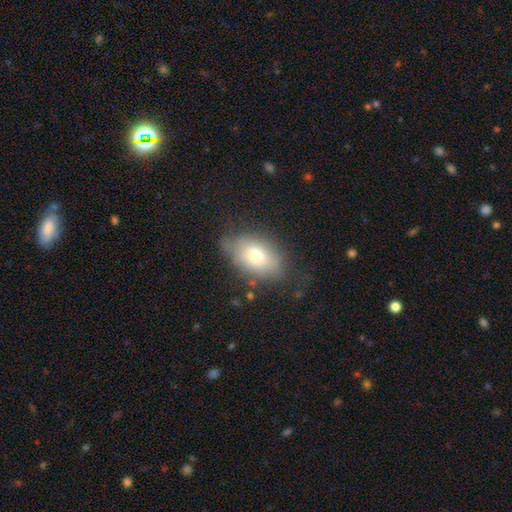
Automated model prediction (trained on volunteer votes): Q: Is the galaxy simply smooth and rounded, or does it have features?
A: smooth — 71%.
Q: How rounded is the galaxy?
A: in between — 86%.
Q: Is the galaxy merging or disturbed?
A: none — 62%.